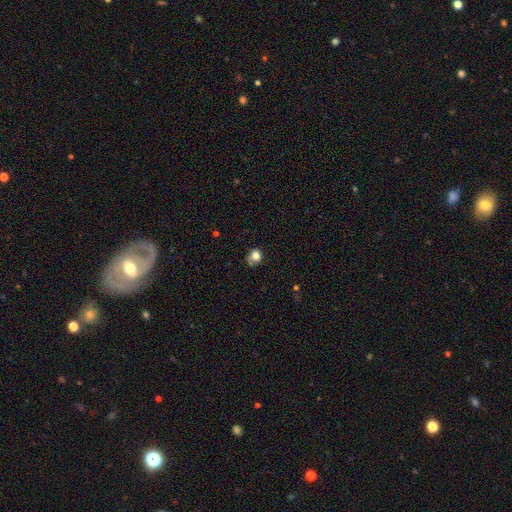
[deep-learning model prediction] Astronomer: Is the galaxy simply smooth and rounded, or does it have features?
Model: smooth — 77%.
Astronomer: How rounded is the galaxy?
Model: round — 71%.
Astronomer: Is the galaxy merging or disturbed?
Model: none — 51% (runner-up: minor disturbance, 30%).